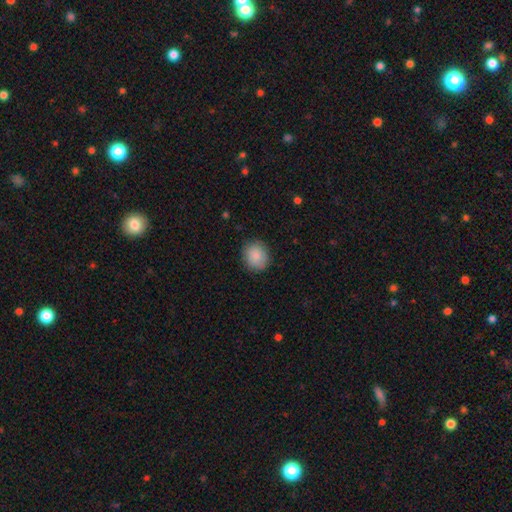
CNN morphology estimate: A smooth galaxy with no disk features (88%) that is round (77%).

Vote fractions:
- Smooth or featured? smooth: 88% / star or artifact: 7% / featured or disk: 5%
- How rounded? round: 77% / in between: 22% / cigar-shaped: 1%
- Merging? none: 86% / minor disturbance: 11% / major disturbance: 3% / merger: 1%